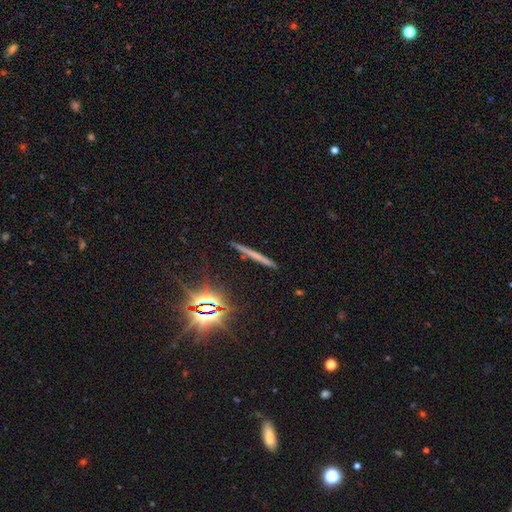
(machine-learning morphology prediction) Q: Smooth or featured?
A: smooth (40%); runner-up: featured or disk (37%)
Q: Merging?
A: none (89%); runner-up: minor disturbance (7%)